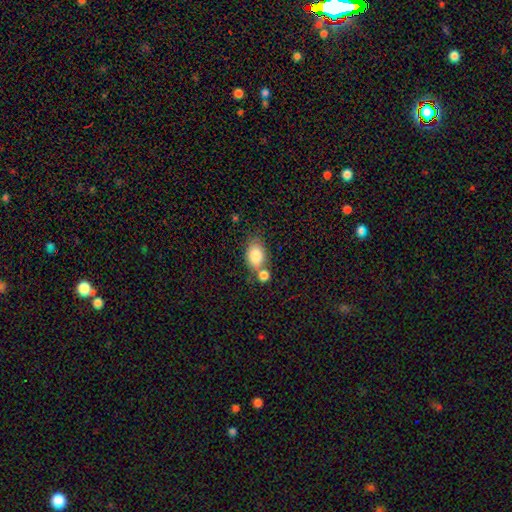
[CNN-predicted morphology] A smooth galaxy with no disk features (82%) that is in between round and cigar-shaped (82%).

Vote fractions:
- Smooth or featured? smooth: 82% / featured or disk: 10% / star or artifact: 8%
- How rounded? in between: 82% / round: 17% / cigar-shaped: 2%
- Merging? none: 47% / merger: 34% / minor disturbance: 14% / major disturbance: 5%